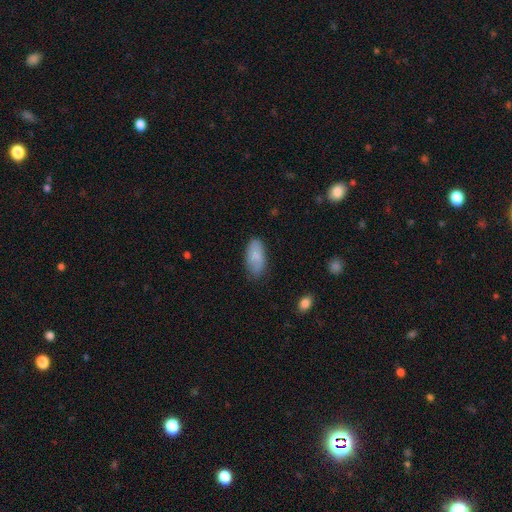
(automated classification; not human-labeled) Smooth or featured?
  - smooth: 82% *
  - featured or disk: 12%
  - star or artifact: 6%
How rounded?
  - in between: 92% *
  - cigar-shaped: 5%
  - round: 2%
Merging?
  - none: 78% *
  - minor disturbance: 18%
  - major disturbance: 3%
  - merger: 1%